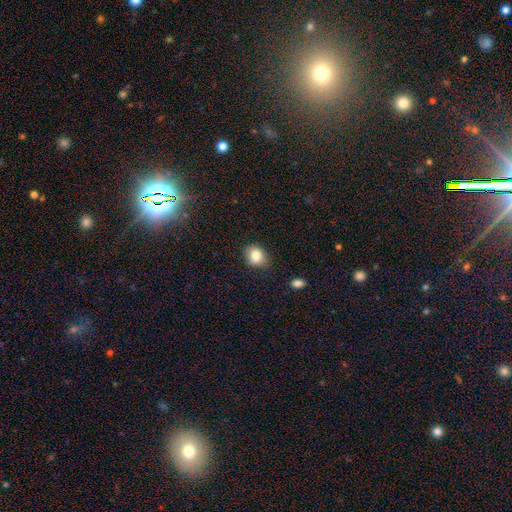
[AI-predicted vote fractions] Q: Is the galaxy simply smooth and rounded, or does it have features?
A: smooth — 83%.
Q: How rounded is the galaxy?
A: in between — 51%.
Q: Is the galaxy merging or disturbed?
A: none — 79%.